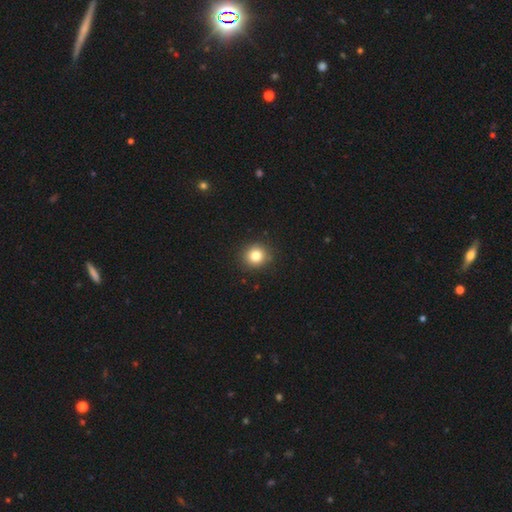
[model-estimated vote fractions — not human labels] A smooth galaxy with no disk features (81%) that is round (89%). Merging: none (91%).